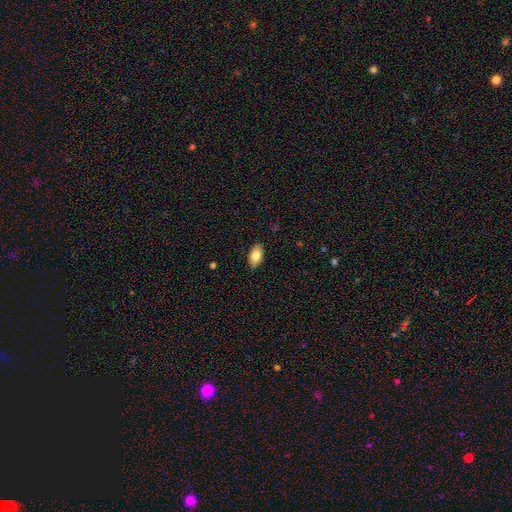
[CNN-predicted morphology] smooth 81%, featured or disk 12%, star or artifact 7%. Down the decision tree: how rounded — in between (93%); merging — none (88%).